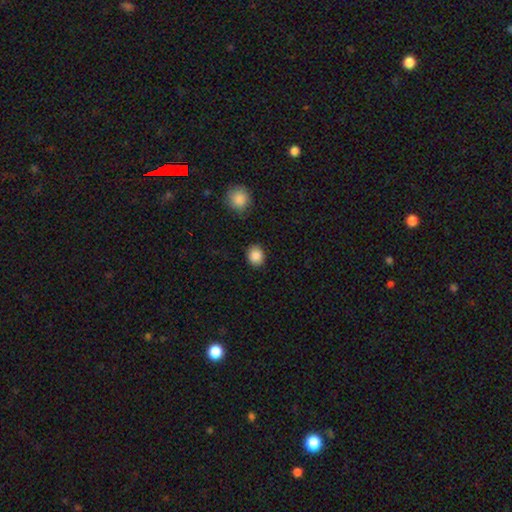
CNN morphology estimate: smooth 88%, star or artifact 9%, featured or disk 3%. Down the decision tree: how rounded — round (70%); merging — none (88%).